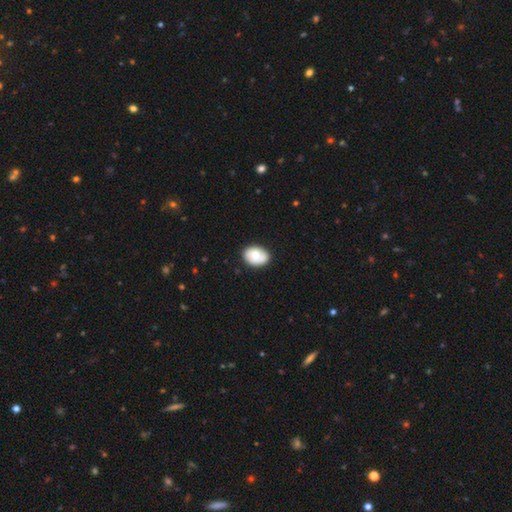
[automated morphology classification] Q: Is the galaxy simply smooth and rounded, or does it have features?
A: smooth — 70%.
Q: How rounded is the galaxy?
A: in between — 75%.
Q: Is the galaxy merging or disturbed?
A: none — 79%.